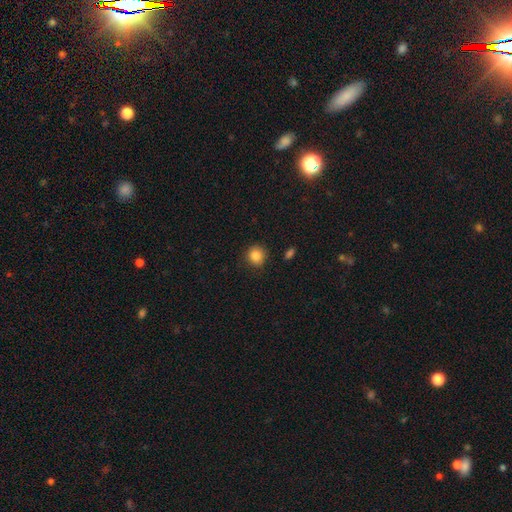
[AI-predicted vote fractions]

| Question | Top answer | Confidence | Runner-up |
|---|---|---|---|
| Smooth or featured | smooth | 85% | star or artifact (10%) |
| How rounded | round | 89% | in between (10%) |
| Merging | none | 87% | minor disturbance (9%) |